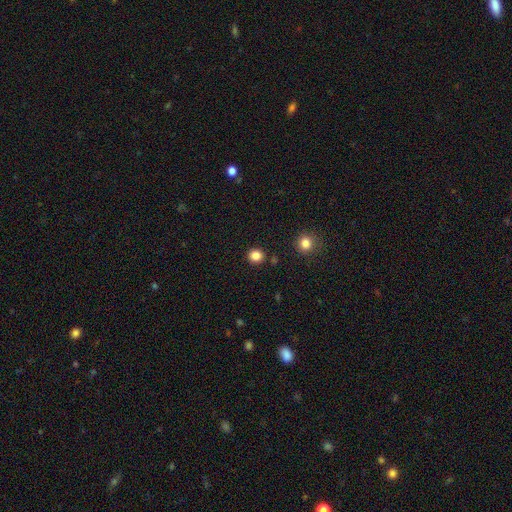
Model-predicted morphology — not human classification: smooth 84%, star or artifact 12%, featured or disk 4%. Down the decision tree: how rounded — round (89%); merging — none (90%).